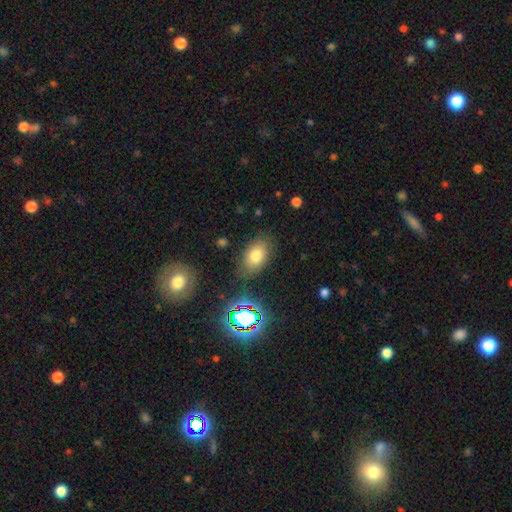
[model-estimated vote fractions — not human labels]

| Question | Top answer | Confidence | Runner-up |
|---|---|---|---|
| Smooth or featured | smooth | 76% | star or artifact (14%) |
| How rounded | in between | 85% | round (13%) |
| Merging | none | 79% | minor disturbance (14%) |